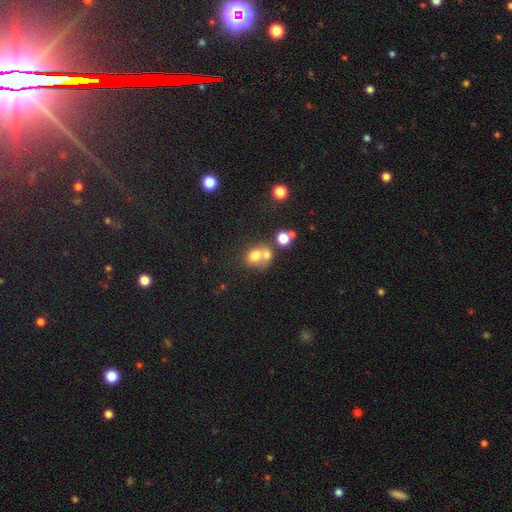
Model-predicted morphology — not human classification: A smooth galaxy with no disk features (71%) that is round (61%).

Vote fractions:
- Smooth or featured? smooth: 71% / featured or disk: 17% / star or artifact: 13%
- How rounded? round: 61% / in between: 38% / cigar-shaped: 1%
- Merging? merger: 56% / none: 30% / minor disturbance: 9% / major disturbance: 5%